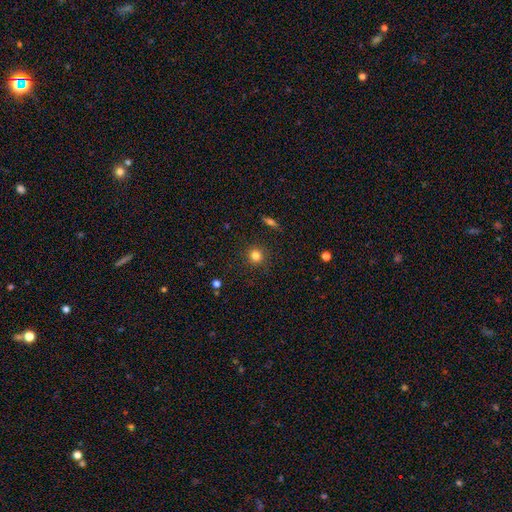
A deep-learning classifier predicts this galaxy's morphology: A smooth galaxy with no disk features (81%) that is round (92%).

Vote fractions:
- Smooth or featured? smooth: 81% / star or artifact: 13% / featured or disk: 6%
- How rounded? round: 92% / in between: 7% / cigar-shaped: 1%
- Merging? none: 89% / minor disturbance: 7% / major disturbance: 2% / merger: 1%